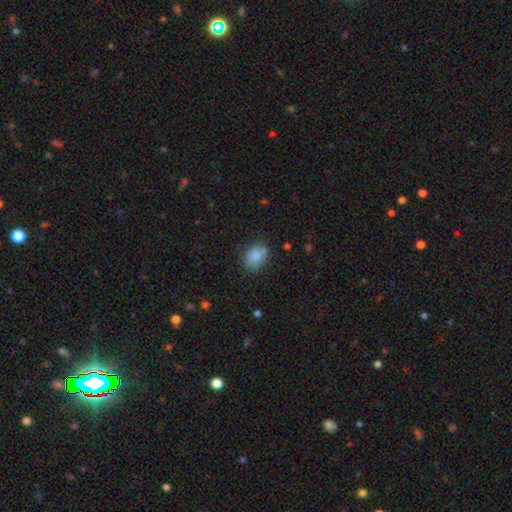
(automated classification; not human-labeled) A smooth galaxy with no disk features (84%) that is in between round and cigar-shaped (53%).

Vote fractions:
- Smooth or featured? smooth: 84% / star or artifact: 9% / featured or disk: 7%
- How rounded? in between: 53% / round: 46% / cigar-shaped: 1%
- Merging? none: 70% / minor disturbance: 21% / major disturbance: 6% / merger: 3%